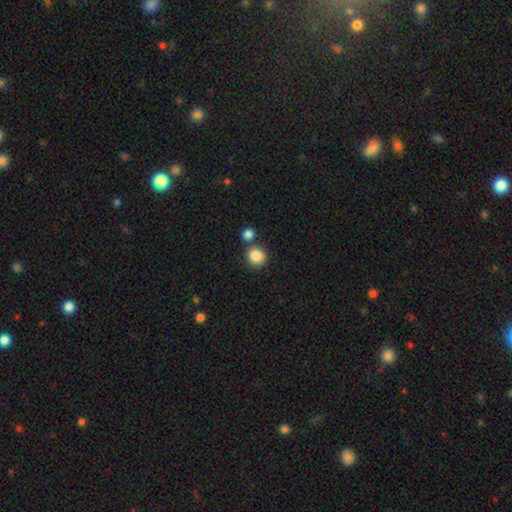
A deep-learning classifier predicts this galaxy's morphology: The model was most divided on "merging": none: 72%, merger: 16%, minor disturbance: 10%, major disturbance: 3%. More confident: how rounded — round (87%); smooth or featured — smooth (86%).